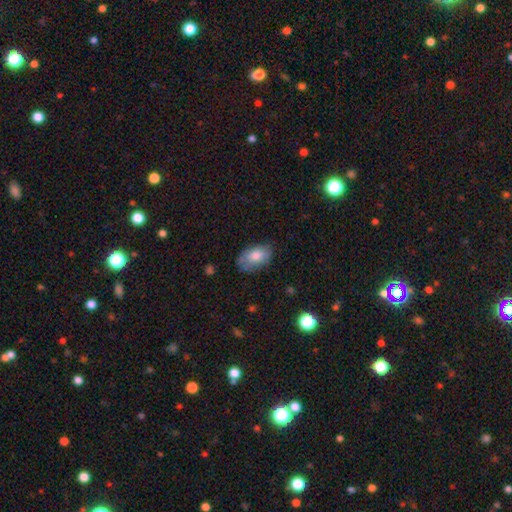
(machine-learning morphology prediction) smooth 77%, featured or disk 16%, star or artifact 7%. Down the decision tree: how rounded — in between (91%); merging — none (74%).